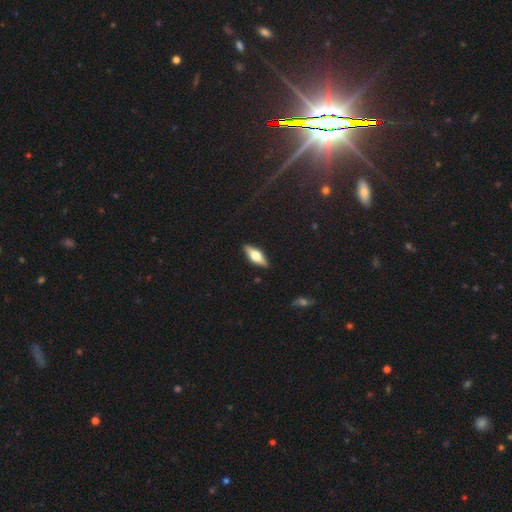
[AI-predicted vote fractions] Smooth or featured?
  - featured or disk: 51% *
  - smooth: 43%
  - star or artifact: 6%
Edge-on disk?
  - yes: 92% *
  - no: 8%
Merging?
  - none: 89% *
  - minor disturbance: 8%
  - major disturbance: 2%
  - merger: 1%